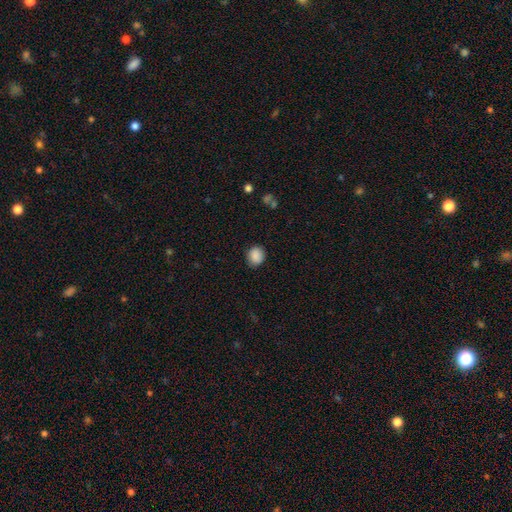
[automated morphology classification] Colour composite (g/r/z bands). It shows a smooth galaxy with no disk features (88%) that is round (65%). Merging: none (85%).